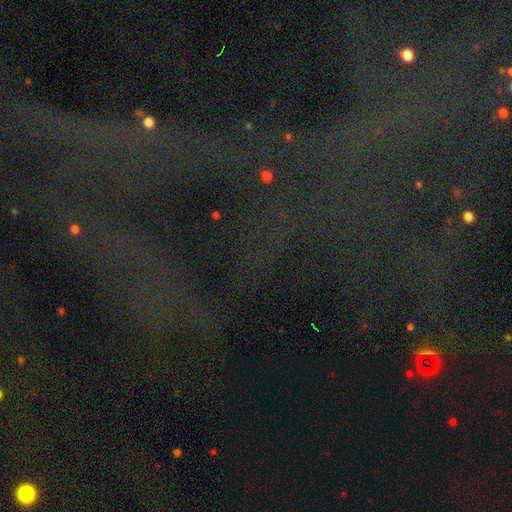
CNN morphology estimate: smooth_or_featured: star or artifact (p=0.76) [alt: featured or disk p=0.12]